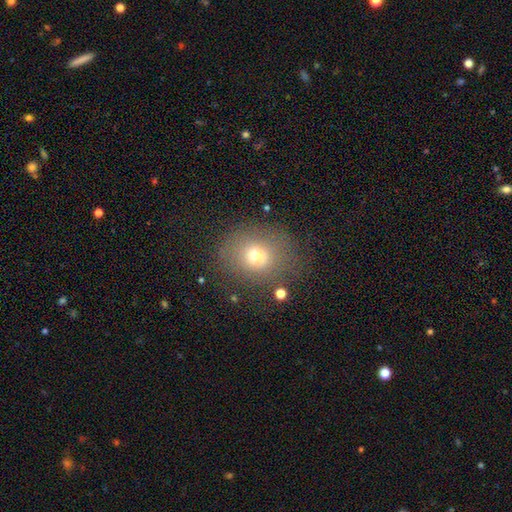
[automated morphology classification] smooth-or-featured: smooth: 66% | featured or disk: 17% | star or artifact: 17%
  how-rounded: round: 60% | in between: 39% | cigar-shaped: 1%
  merging: none: 70% | minor disturbance: 17% | major disturbance: 9% | merger: 3%